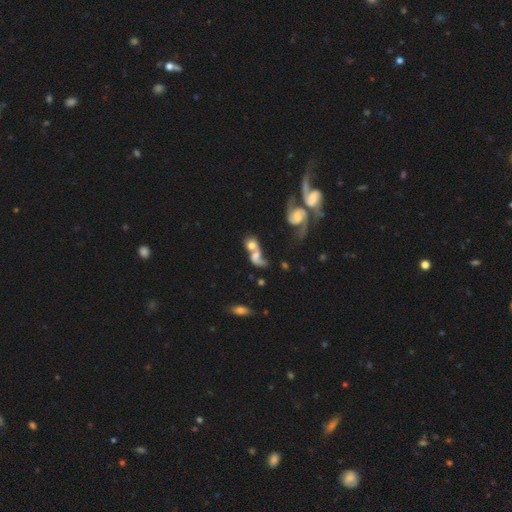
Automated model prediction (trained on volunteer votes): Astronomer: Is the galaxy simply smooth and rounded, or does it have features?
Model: featured or disk — 53% (runner-up: smooth, 36%).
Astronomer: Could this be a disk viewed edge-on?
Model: no — 94%.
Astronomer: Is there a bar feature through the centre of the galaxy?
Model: no — 64%.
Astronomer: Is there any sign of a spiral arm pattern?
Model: yes — 71%.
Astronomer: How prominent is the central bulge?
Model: moderate — 35% (runner-up: small, 28%).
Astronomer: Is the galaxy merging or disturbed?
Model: merger — 69%.